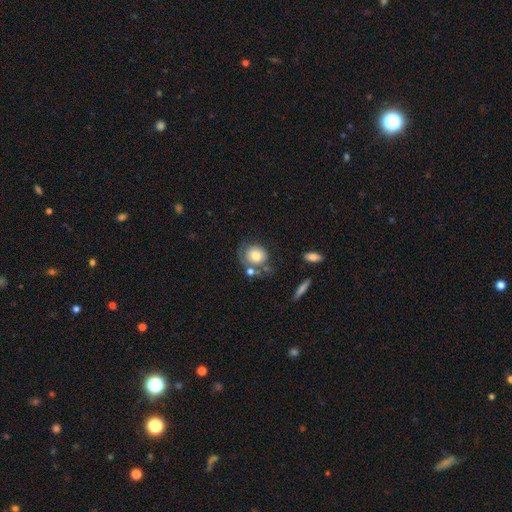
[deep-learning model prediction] Smooth or featured: smooth — 72% (featured or disk — 20%)
How rounded: round — 71% (in between — 28%)
Merging: none — 46% (minor disturbance — 22%)